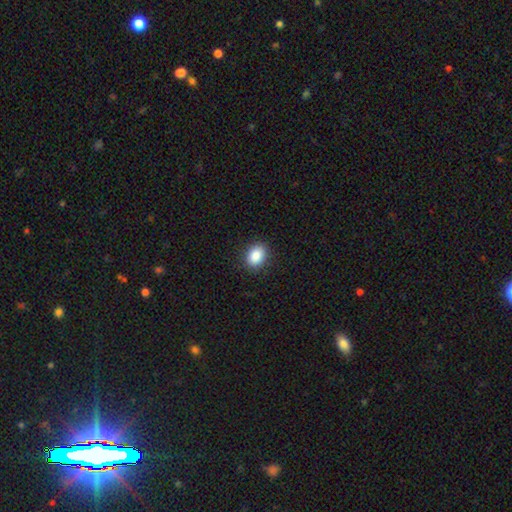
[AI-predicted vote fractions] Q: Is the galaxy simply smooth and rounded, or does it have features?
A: smooth — 87%.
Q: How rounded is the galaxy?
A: in between — 64%.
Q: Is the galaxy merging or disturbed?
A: none — 89%.